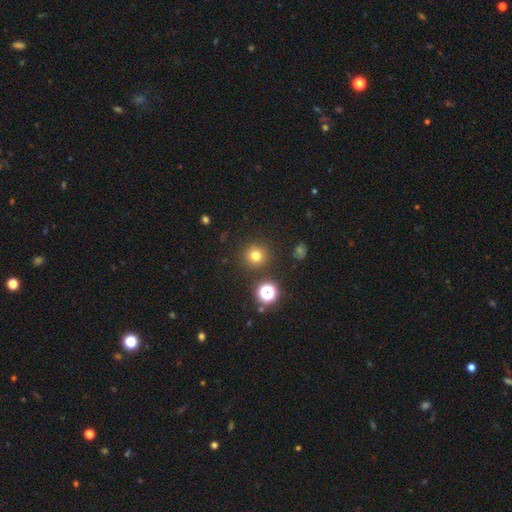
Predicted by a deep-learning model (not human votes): Smooth or featured?
  - smooth: 74% *
  - star or artifact: 19%
  - featured or disk: 7%
How rounded?
  - round: 95% *
  - in between: 4%
  - cigar-shaped: 1%
Merging?
  - none: 89% *
  - minor disturbance: 6%
  - major disturbance: 3%
  - merger: 3%